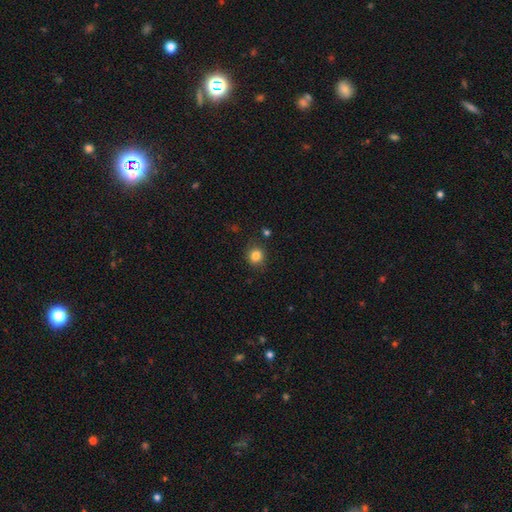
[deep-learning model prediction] Smooth or featured?
  - smooth: 83% *
  - star or artifact: 11%
  - featured or disk: 6%
How rounded?
  - round: 83% *
  - in between: 16%
  - cigar-shaped: 1%
Merging?
  - none: 84% *
  - minor disturbance: 11%
  - major disturbance: 3%
  - merger: 3%